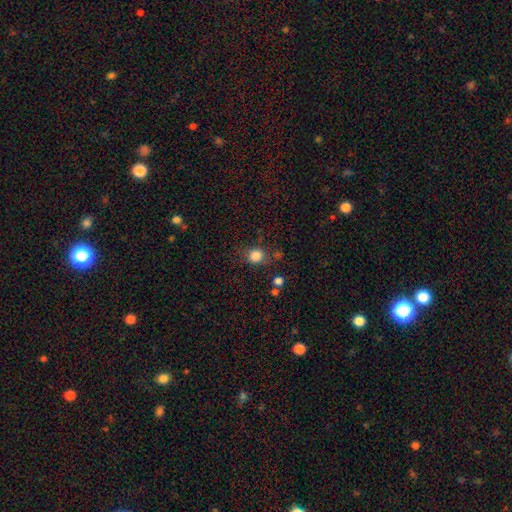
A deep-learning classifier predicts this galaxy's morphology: This appears to be a smooth galaxy with no disk features (83%) that is round (76%). Merging: none (69%).